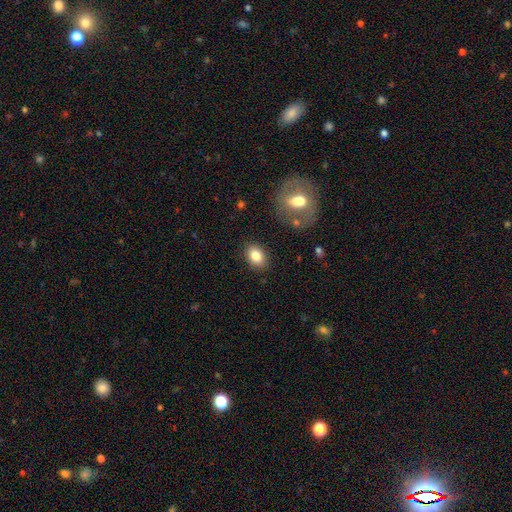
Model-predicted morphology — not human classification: smooth_or_featured: smooth (p=0.83) [alt: star or artifact p=0.09]
how_rounded: in between (p=0.80) [alt: round p=0.19]
merging: none (p=0.86) [alt: minor disturbance p=0.09]